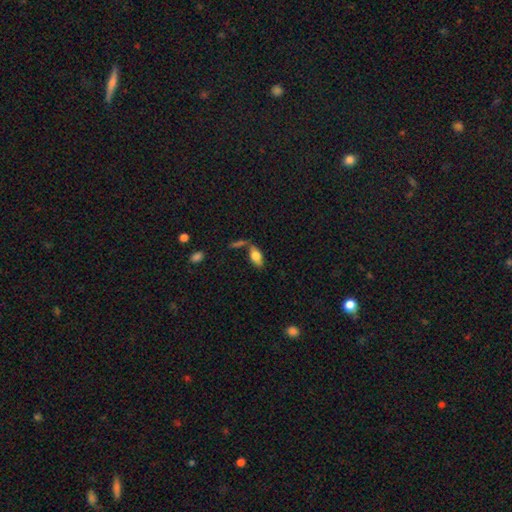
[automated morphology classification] A smooth galaxy with no disk features (72%) that is in between round and cigar-shaped (86%).

Vote fractions:
- Smooth or featured? smooth: 72% / featured or disk: 20% / star or artifact: 8%
- How rounded? in between: 86% / cigar-shaped: 10% / round: 4%
- Merging? none: 53% / merger: 20% / minor disturbance: 17% / major disturbance: 9%